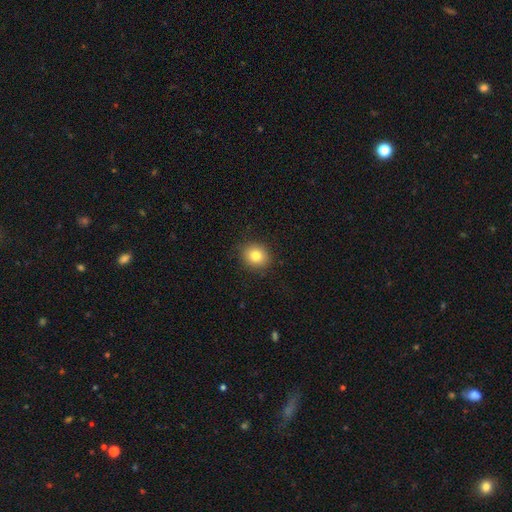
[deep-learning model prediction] Smooth or featured?
  - smooth: 81% *
  - star or artifact: 11%
  - featured or disk: 8%
How rounded?
  - round: 73% *
  - in between: 26%
  - cigar-shaped: 1%
Merging?
  - none: 89% *
  - minor disturbance: 8%
  - major disturbance: 2%
  - merger: 1%